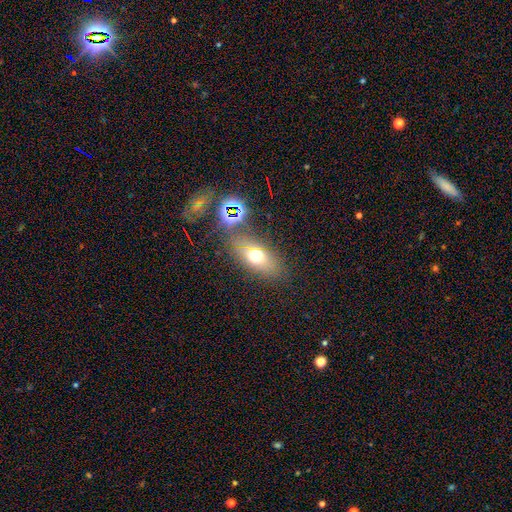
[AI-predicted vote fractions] smooth_or_featured: smooth (p=0.57) [alt: star or artifact p=0.22]
how_rounded: in between (p=0.75) [alt: round p=0.17]
merging: none (p=0.77) [alt: minor disturbance p=0.12]